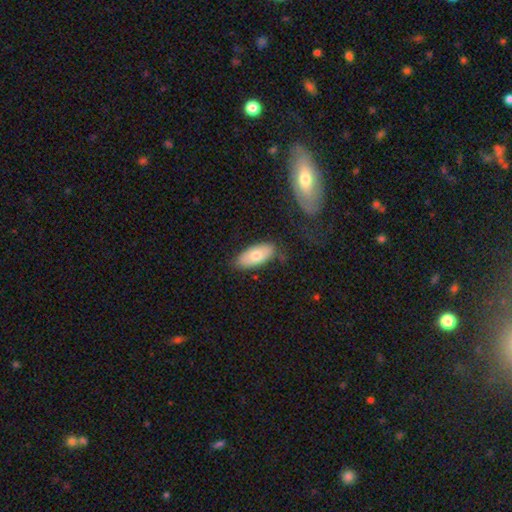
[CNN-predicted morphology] type=smooth (72%); roundness=in between (89%); merging=none (76%).